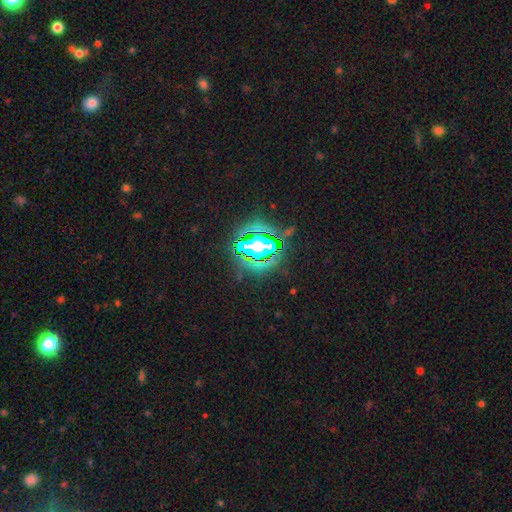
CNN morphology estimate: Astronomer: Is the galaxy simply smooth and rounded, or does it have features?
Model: star or artifact — 82%.